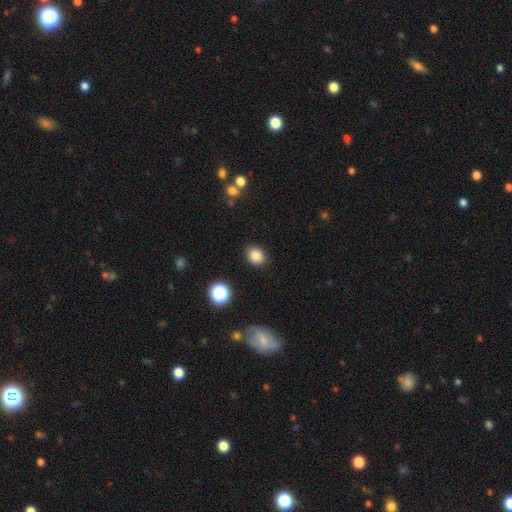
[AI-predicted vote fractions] Smooth or featured? smooth (85%)
How rounded? round (50%)
Merging? none (88%)